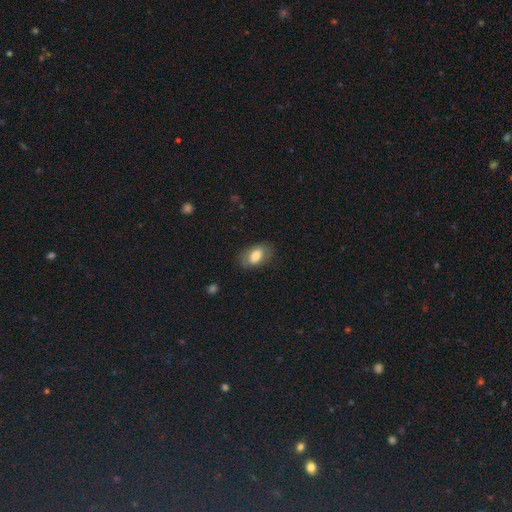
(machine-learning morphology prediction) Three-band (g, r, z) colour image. It shows a smooth galaxy with no disk features (69%) that is in between round and cigar-shaped (91%). Merging: none (73%).